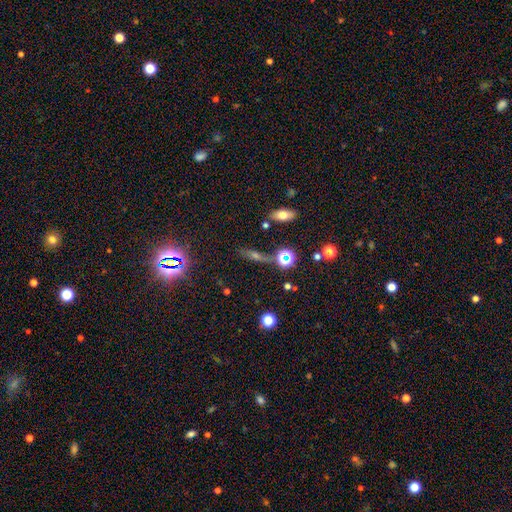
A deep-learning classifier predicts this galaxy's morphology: Smooth or featured?
  - star or artifact: 41% *
  - smooth: 31%
  - featured or disk: 28%